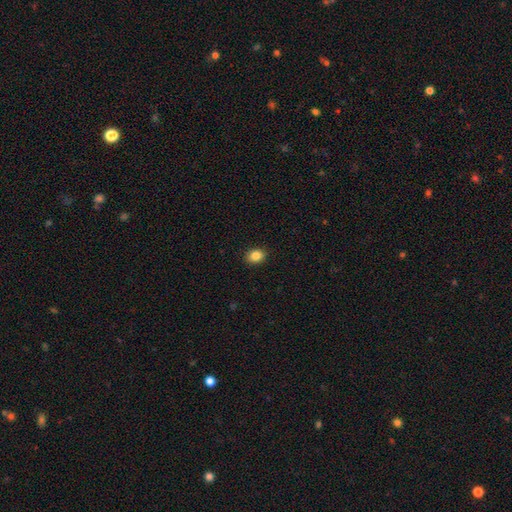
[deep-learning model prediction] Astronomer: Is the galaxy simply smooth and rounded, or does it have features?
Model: smooth — 85%.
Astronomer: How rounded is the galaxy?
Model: in between — 59% (runner-up: round, 40%).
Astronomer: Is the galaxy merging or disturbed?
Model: none — 90%.